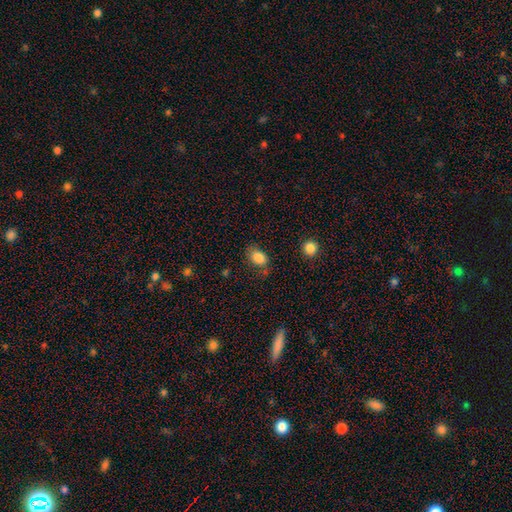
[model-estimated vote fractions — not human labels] This appears to be a smooth galaxy with no disk features (85%) that is in between round and cigar-shaped (74%). Merging: none (69%).